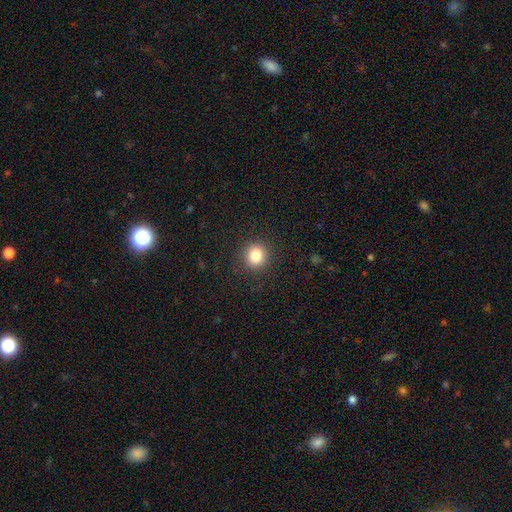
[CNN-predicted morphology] This is clearly a smooth galaxy (84%). How rounded: clearly round (86%). Merging: clearly none (90%).